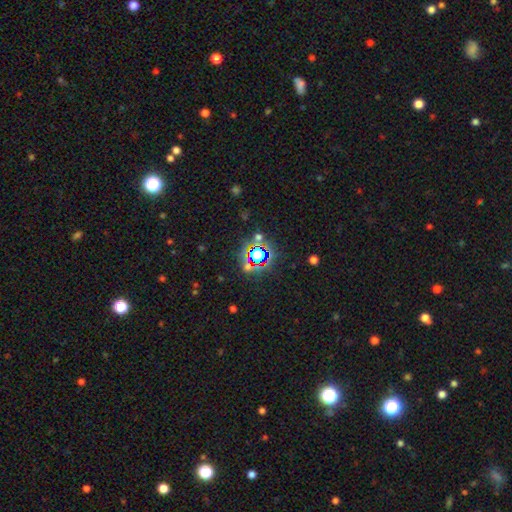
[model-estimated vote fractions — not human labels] This appears to be a star or artifact, not a galaxy (67%).